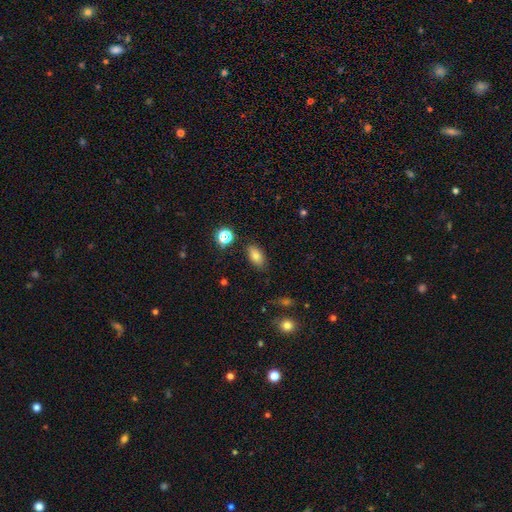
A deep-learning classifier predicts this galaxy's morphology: Smooth or featured? smooth (76%)
How rounded? in between (88%)
Merging? none (83%)